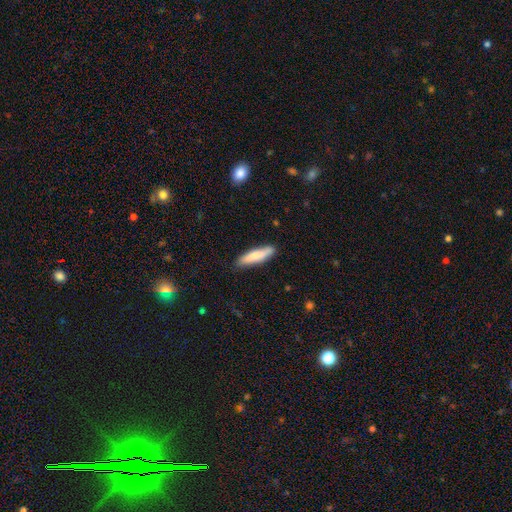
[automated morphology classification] Overall: smooth (77%). How rounded: cigar-shaped (77%). Merging: none (84%).